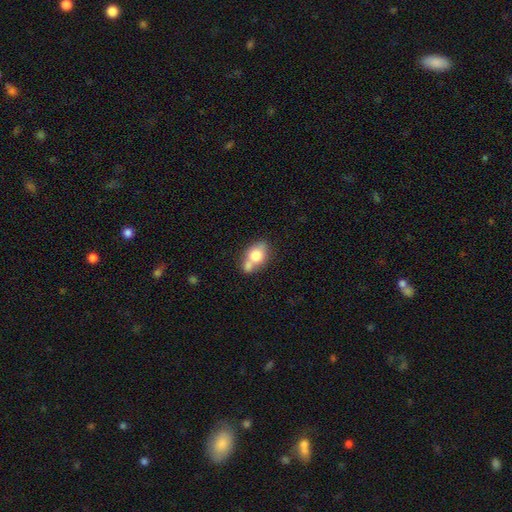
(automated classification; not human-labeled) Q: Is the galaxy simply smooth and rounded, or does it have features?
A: smooth — 72%.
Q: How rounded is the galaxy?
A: in between — 70%.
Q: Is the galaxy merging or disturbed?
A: merger — 47%.